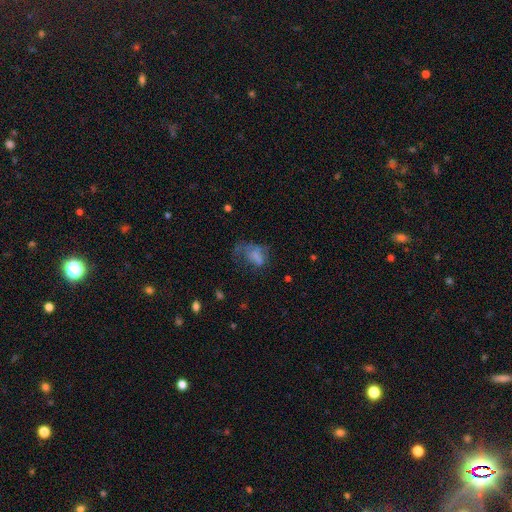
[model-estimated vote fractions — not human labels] smooth_or_featured: smooth (p=0.57) [alt: featured or disk p=0.28]
how_rounded: in between (p=0.81) [alt: round p=0.16]
merging: major disturbance (p=0.50) [alt: none p=0.23]